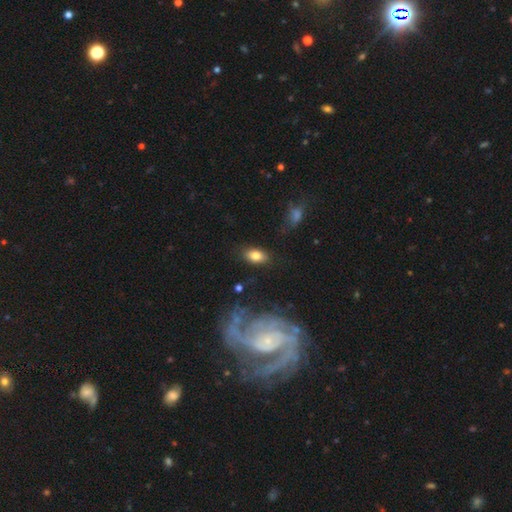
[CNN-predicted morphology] This appears to be a smooth galaxy with no disk features (81%) that is in between round and cigar-shaped (89%). Merging: none (82%).